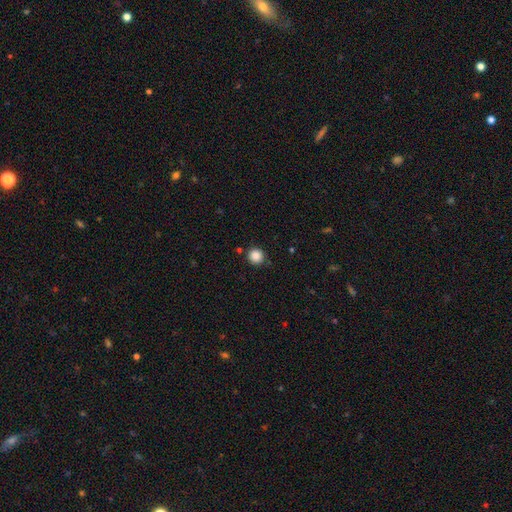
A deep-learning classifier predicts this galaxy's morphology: The model was most divided on "smooth or featured": smooth: 87%, star or artifact: 10%, featured or disk: 3%. More confident: how rounded — round (93%); merging — none (87%).